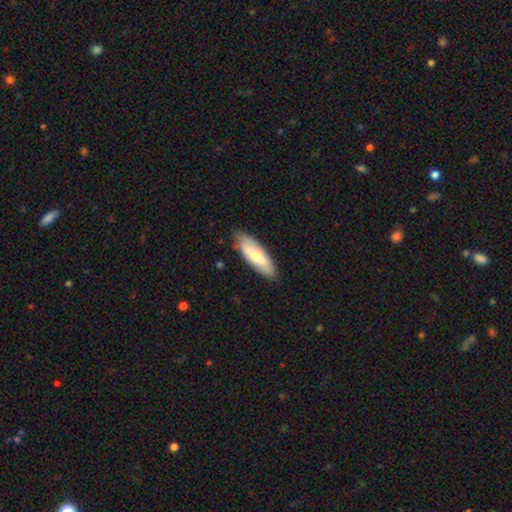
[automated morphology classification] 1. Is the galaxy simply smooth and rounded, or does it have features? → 61% smooth, 34% featured or disk, 5% star or artifact.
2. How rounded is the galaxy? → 60% in between, 38% cigar-shaped, 2% round.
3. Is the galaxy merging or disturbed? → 77% none, 19% minor disturbance, 3% major disturbance, 2% merger.